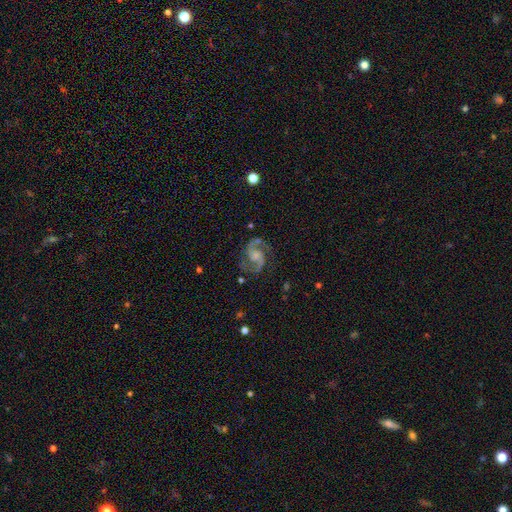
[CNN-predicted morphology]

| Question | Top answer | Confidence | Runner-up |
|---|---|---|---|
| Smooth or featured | featured or disk | 91% | star or artifact (5%) |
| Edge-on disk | no | 98% | yes (2%) |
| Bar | no | 54% | weak (37%) |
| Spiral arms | yes | 98% | no (2%) |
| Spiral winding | medium | 61% | loose (26%) |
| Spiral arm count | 2 | 94% | can't tell (2%) |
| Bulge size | small | 32% | moderate (31%) |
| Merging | none | 76% | minor disturbance (14%) |